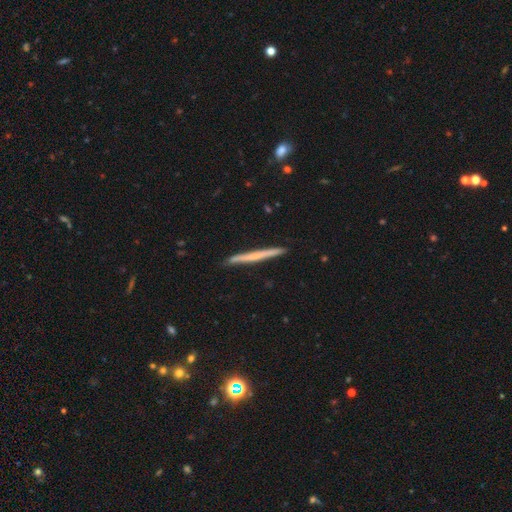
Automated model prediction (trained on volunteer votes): This is possibly a smooth galaxy (50%). How rounded: clearly cigar-shaped (97%). Merging: clearly none (91%).